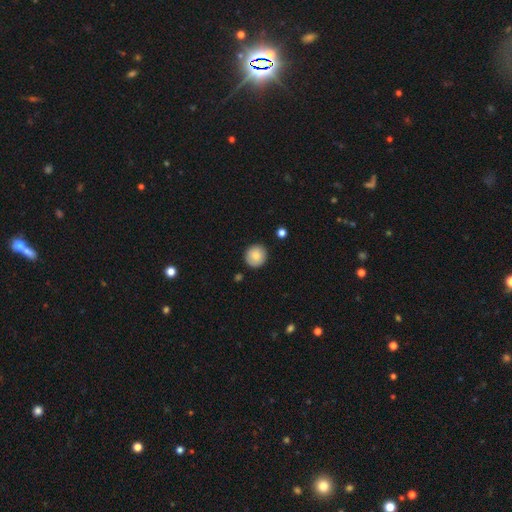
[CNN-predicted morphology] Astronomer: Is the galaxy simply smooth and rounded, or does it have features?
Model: smooth — 85%.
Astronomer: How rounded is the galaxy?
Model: round — 93%.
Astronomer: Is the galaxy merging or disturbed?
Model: none — 89%.